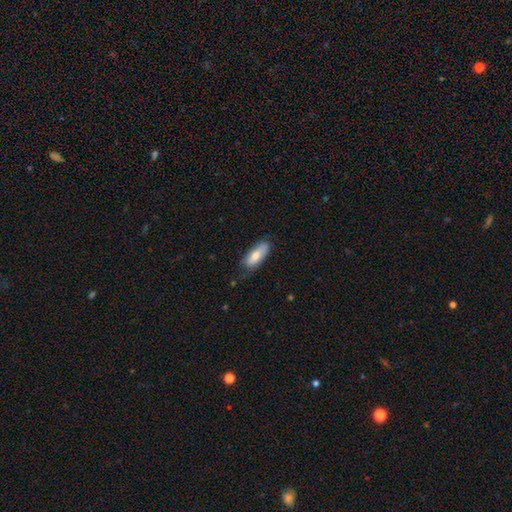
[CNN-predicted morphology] Overall: smooth (75%). How rounded: in between (77%). Merging: none (69%).